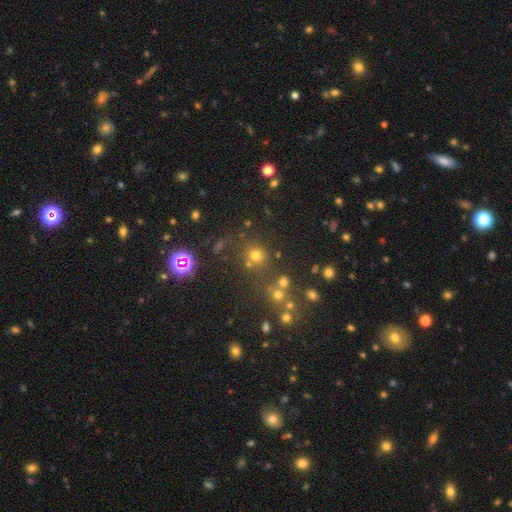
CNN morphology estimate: Smooth or featured?
  - smooth: 67% *
  - star or artifact: 24%
  - featured or disk: 9%
How rounded?
  - round: 87% *
  - in between: 11%
  - cigar-shaped: 1%
Merging?
  - none: 70% *
  - merger: 14%
  - minor disturbance: 10%
  - major disturbance: 6%